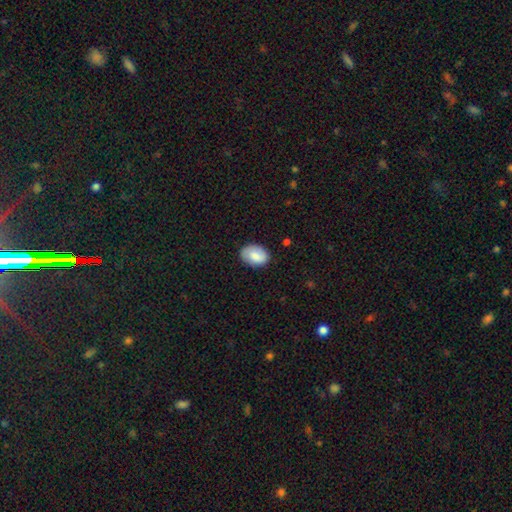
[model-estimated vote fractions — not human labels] Overall: smooth (78%). How rounded: in between (81%). Merging: none (82%).